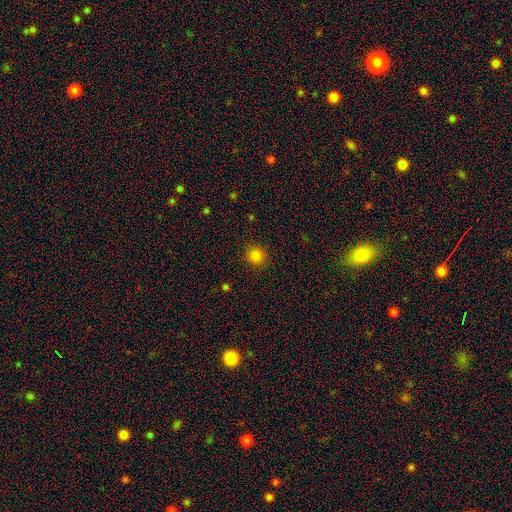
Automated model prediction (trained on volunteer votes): smooth_or_featured: smooth (p=0.84) [alt: star or artifact p=0.13]
how_rounded: round (p=0.88) [alt: in between p=0.11]
merging: none (p=0.89) [alt: minor disturbance p=0.07]